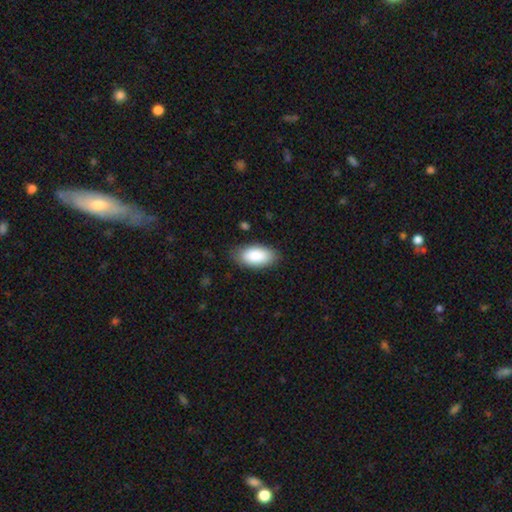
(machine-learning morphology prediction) Smooth or featured? smooth (88%)
How rounded? in between (95%)
Merging? none (81%)